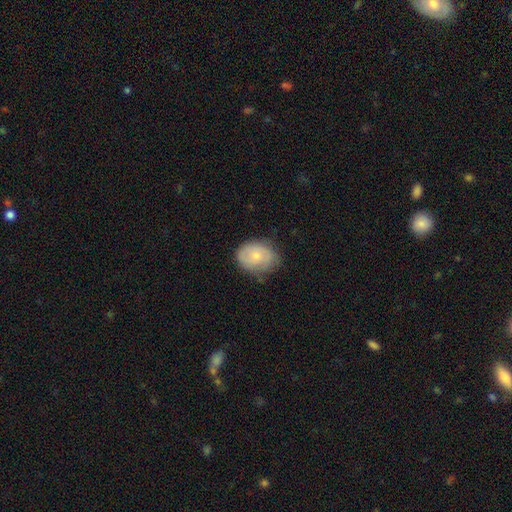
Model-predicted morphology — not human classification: type=smooth (63%); roundness=in between (55%); merging=none (67%).